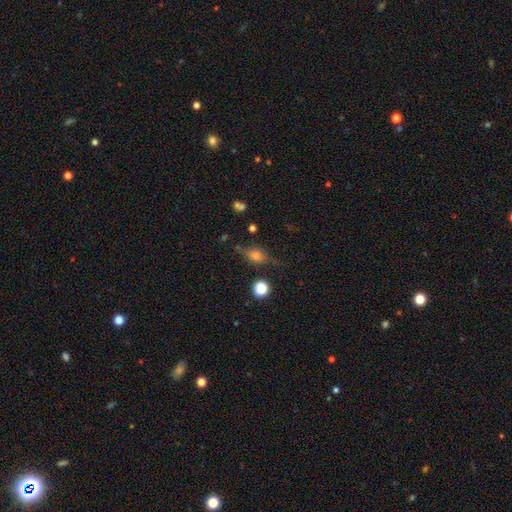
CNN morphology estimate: smooth_or_featured: smooth (p=0.46) [alt: featured or disk p=0.39]
merging: none (p=0.68) [alt: minor disturbance p=0.20]